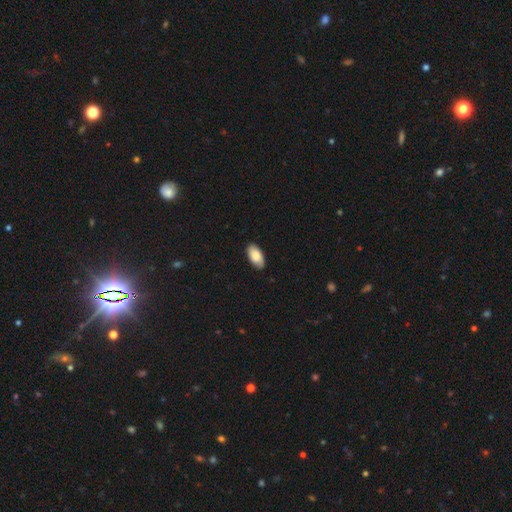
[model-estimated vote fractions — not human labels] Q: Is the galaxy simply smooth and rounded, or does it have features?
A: smooth — 85%.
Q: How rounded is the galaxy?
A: in between — 94%.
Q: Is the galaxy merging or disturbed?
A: none — 87%.